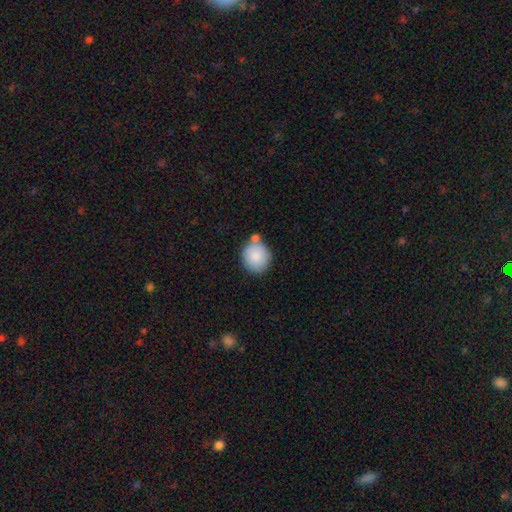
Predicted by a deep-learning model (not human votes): This appears to be a smooth galaxy with no disk features (86%) that is round (84%). Merging: none (63%).